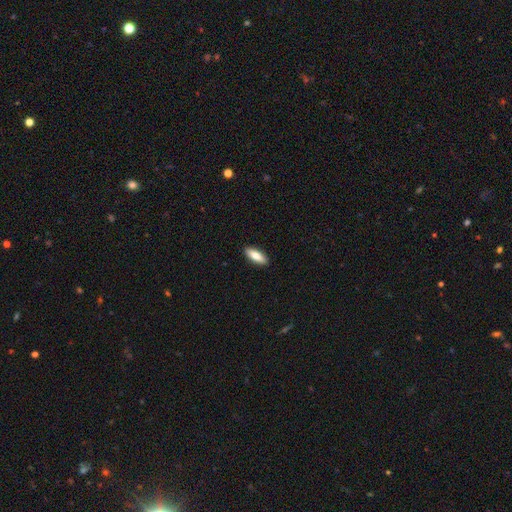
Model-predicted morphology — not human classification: Smooth or featured? Predicted: smooth (p=0.80). How rounded? Predicted: in between (p=0.63). Merging? Predicted: none (p=0.91).